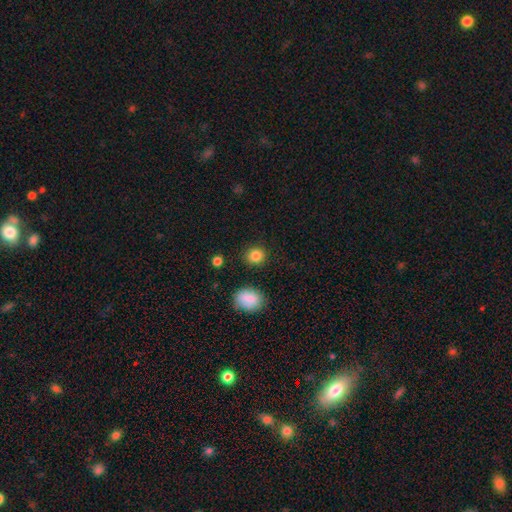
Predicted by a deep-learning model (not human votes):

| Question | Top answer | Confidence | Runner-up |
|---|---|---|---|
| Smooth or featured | smooth | 85% | star or artifact (11%) |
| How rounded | round | 82% | in between (17%) |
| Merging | none | 88% | minor disturbance (8%) |